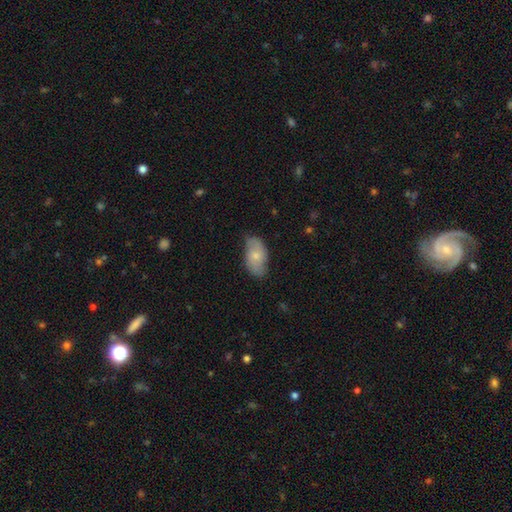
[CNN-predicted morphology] smooth_or_featured: smooth (p=0.67) [alt: featured or disk p=0.27]
how_rounded: in between (p=0.94) [alt: round p=0.04]
merging: none (p=0.68) [alt: minor disturbance p=0.26]